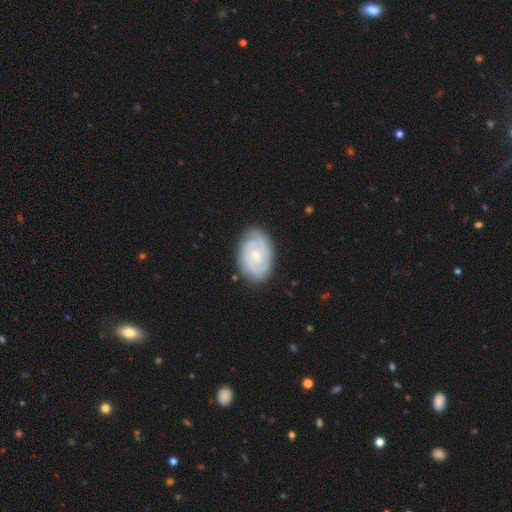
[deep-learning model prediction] Smooth or featured?
  - featured or disk: 71% *
  - smooth: 24%
  - star or artifact: 5%
Edge-on disk?
  - no: 97% *
  - yes: 3%
Bar?
  - no: 76% *
  - weak: 21%
  - strong: 3%
Spiral arms?
  - yes: 90% *
  - no: 10%
Spiral winding?
  - tight: 71% *
  - medium: 23%
  - loose: 6%
Spiral arm count?
  - can't tell: 40% *
  - 2: 29%
  - 3: 16%
  - 4: 6%
  - 1: 5%
  - more than 4: 4%
Bulge size?
  - small: 64% *
  - moderate: 32%
  - none: 2%
  - large: 2%
  - dominant: 1%
Merging?
  - none: 80% *
  - minor disturbance: 15%
  - major disturbance: 4%
  - merger: 1%